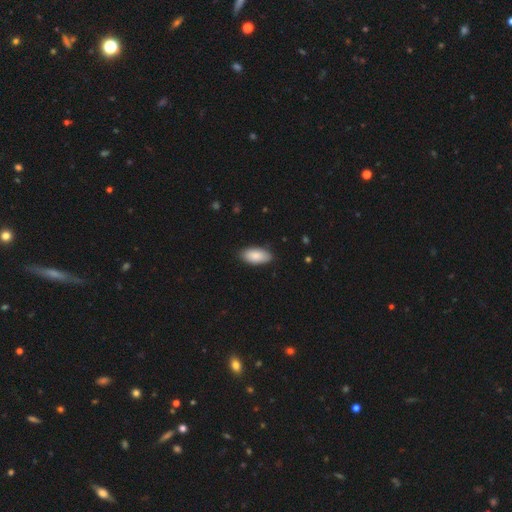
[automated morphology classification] smooth 88%, featured or disk 6%, star or artifact 6%. Down the decision tree: how rounded — in between (93%); merging — none (87%).